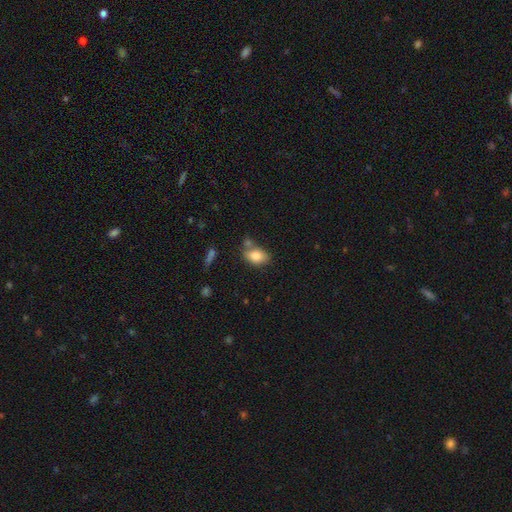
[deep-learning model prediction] smooth 82%, featured or disk 9%, star or artifact 8%. Down the decision tree: how rounded — in between (83%); merging — none (60%).